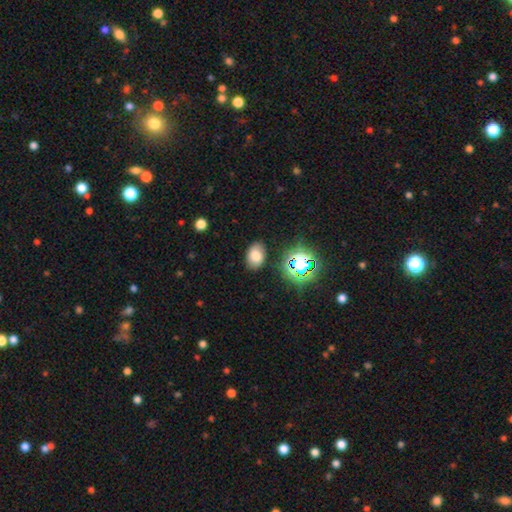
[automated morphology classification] This appears to be a smooth galaxy with no disk features (73%) that is in between round and cigar-shaped (83%). Merging: none (83%).